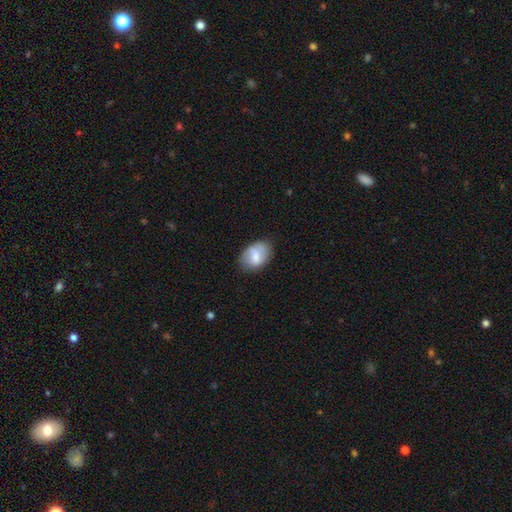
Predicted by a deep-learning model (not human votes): Overall: smooth (68%). How rounded: in between (82%). Merging: none (69%).